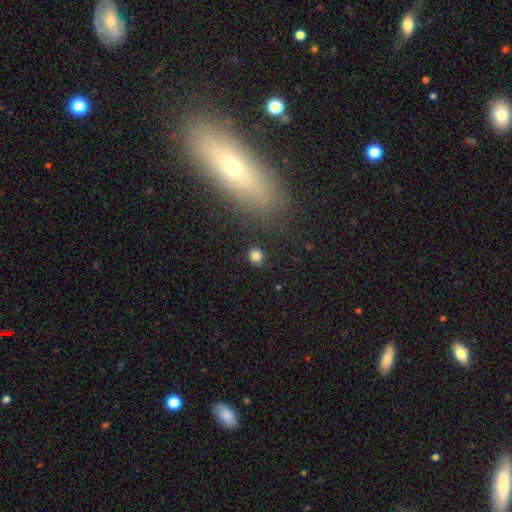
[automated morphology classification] A smooth galaxy with no disk features (82%) that is round (74%). Merging: none (87%).